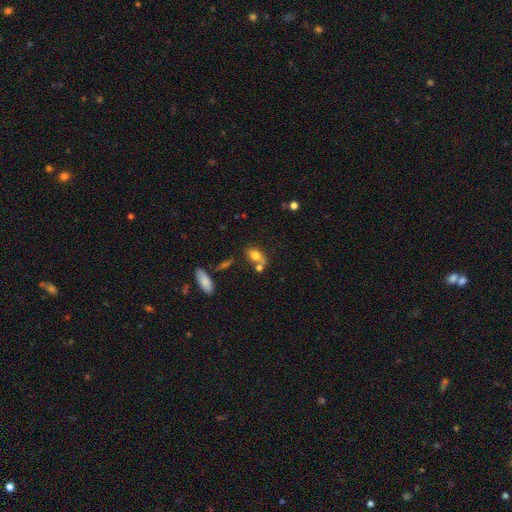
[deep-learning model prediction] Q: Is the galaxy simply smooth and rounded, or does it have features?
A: smooth — 74%.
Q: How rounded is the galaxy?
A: in between — 77%.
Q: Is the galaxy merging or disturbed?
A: none — 46%.